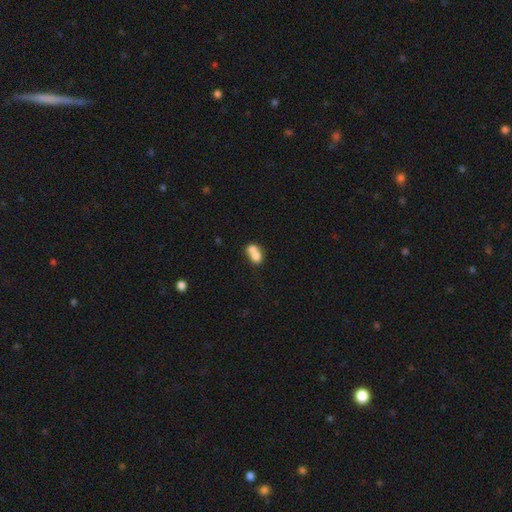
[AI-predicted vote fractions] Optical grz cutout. It shows a smooth galaxy with no disk features (70%) that is in between round and cigar-shaped (57%). Merging: merger (69%).